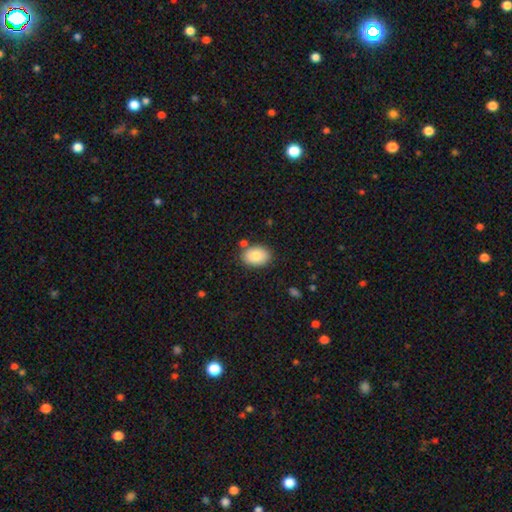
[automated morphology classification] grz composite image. It shows a smooth galaxy with no disk features (84%) that is in between round and cigar-shaped (82%). Merging: none (83%).